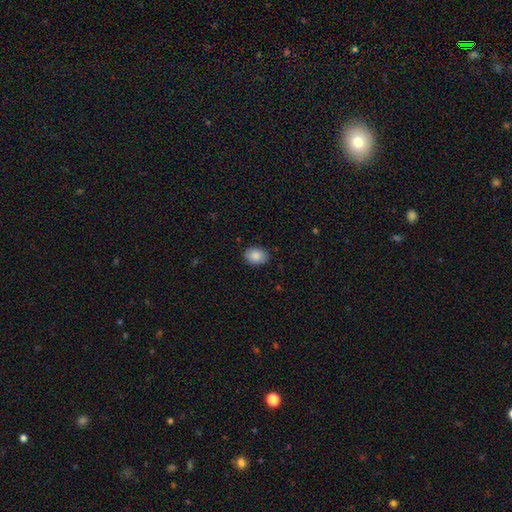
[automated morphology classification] Q: Smooth or featured?
A: smooth (87%); runner-up: star or artifact (7%)
Q: How rounded?
A: in between (68%); runner-up: round (31%)
Q: Merging?
A: none (86%); runner-up: minor disturbance (11%)